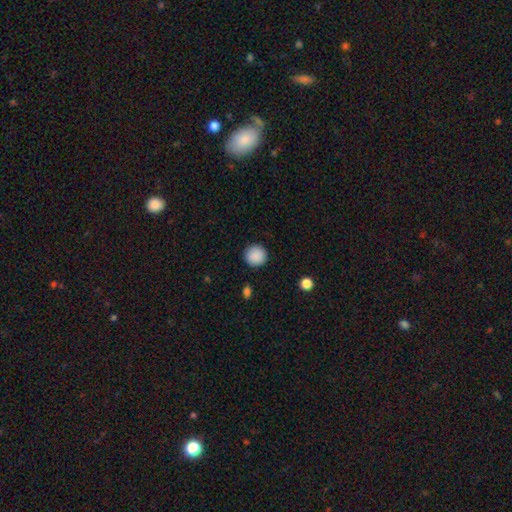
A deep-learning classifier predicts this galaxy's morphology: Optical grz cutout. It shows a smooth galaxy with no disk features (89%) that is round (95%). Merging: none (91%).